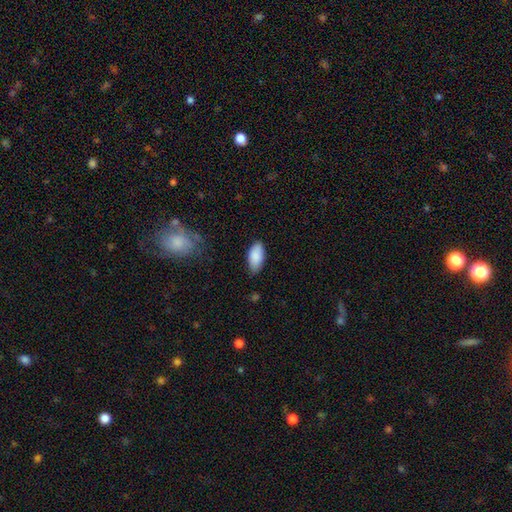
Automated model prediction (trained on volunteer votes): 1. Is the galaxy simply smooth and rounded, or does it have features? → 88% smooth, 6% star or artifact, 5% featured or disk.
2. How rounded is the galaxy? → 93% in between, 5% cigar-shaped, 2% round.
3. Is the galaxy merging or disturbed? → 77% none, 18% minor disturbance, 3% major disturbance, 1% merger.